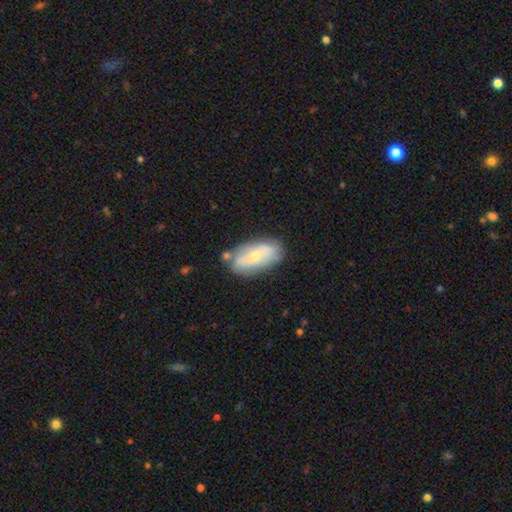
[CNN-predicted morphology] Overall: featured or disk (47%, tied with smooth). Merging: none (66%).